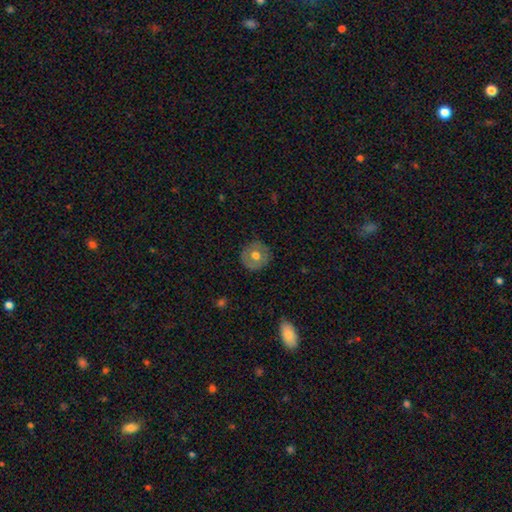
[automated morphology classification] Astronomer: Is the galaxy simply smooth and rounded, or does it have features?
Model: smooth — 59%.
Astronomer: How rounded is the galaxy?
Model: round — 93%.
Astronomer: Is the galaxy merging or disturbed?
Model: none — 86%.